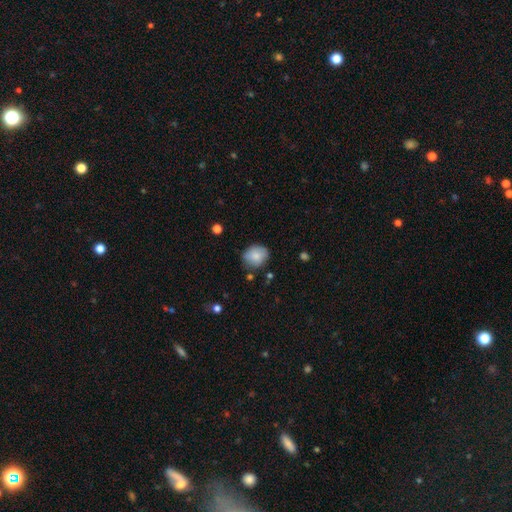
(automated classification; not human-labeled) A smooth galaxy with no disk features (82%) that is round (65%). Merging: none (76%).